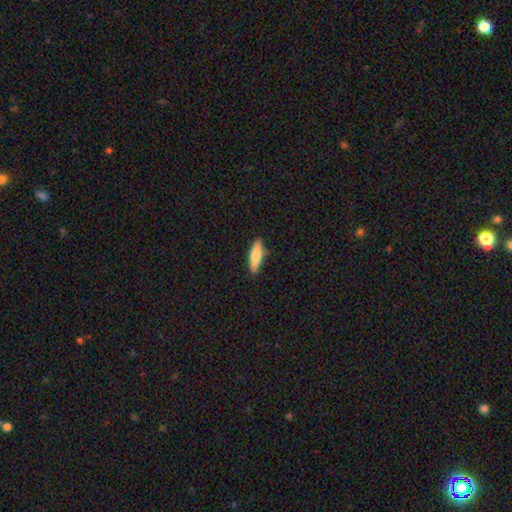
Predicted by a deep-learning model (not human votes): A smooth galaxy with no disk features (80%) that is cigar-shaped (64%).

Vote fractions:
- Smooth or featured? smooth: 80% / featured or disk: 14% / star or artifact: 6%
- How rounded? cigar-shaped: 64% / in between: 35% / round: 2%
- Merging? none: 86% / minor disturbance: 11% / major disturbance: 2% / merger: 1%